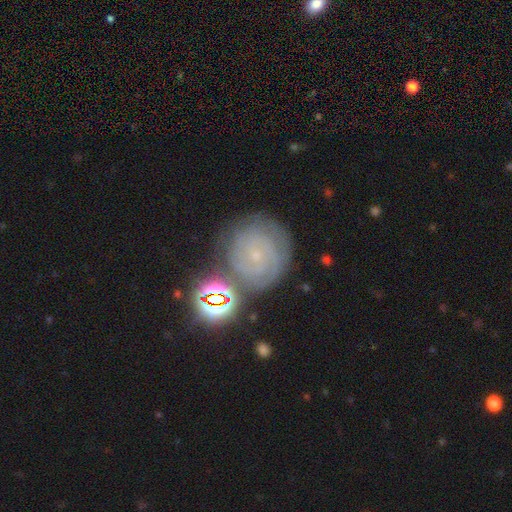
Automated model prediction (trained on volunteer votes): This appears to be a featured or disk galaxy (62%) with no bar (74%), tight (83%) spiral arms (92%) and a small central bulge (86%). Merging: none (73%).